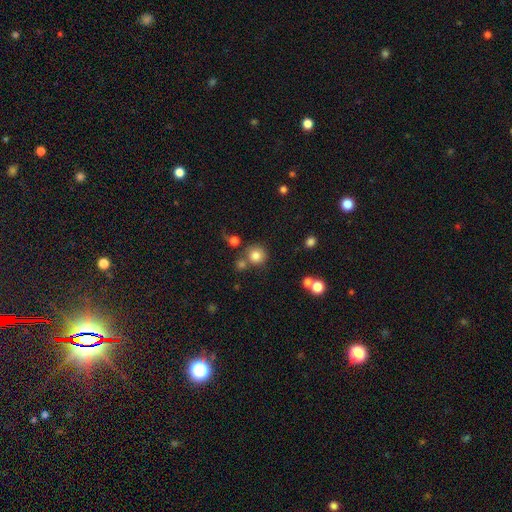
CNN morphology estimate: Smooth or featured? smooth (80%)
How rounded? round (92%)
Merging? none (72%)